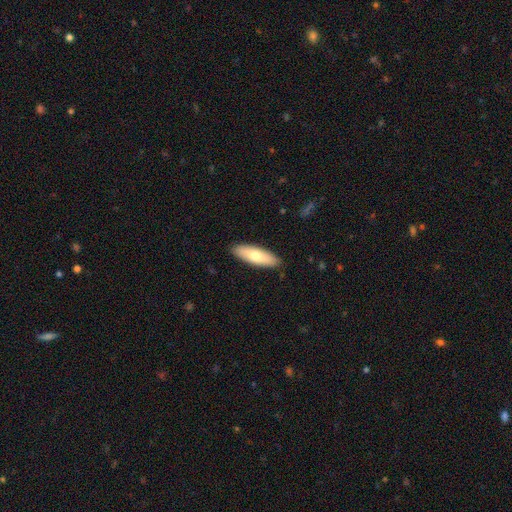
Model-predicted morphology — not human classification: A smooth galaxy with no disk features (71%) that is in between round and cigar-shaped (52%).

Vote fractions:
- Smooth or featured? smooth: 71% / featured or disk: 23% / star or artifact: 5%
- How rounded? in between: 52% / cigar-shaped: 46% / round: 2%
- Merging? none: 89% / minor disturbance: 8% / major disturbance: 2% / merger: 1%